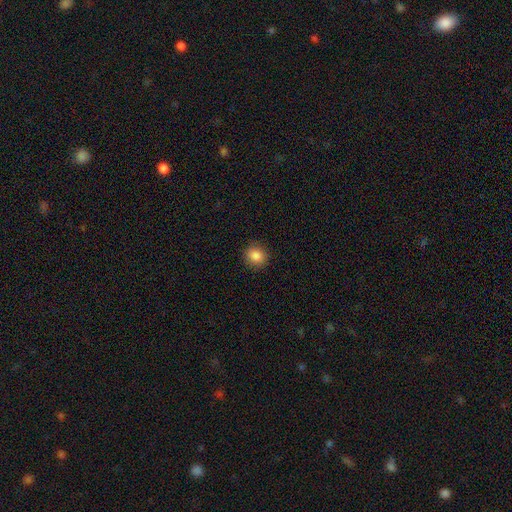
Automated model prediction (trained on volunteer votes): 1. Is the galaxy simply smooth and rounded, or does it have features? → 86% smooth, 10% star or artifact, 4% featured or disk.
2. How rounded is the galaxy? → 82% round, 17% in between, 1% cigar-shaped.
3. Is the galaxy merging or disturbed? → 89% none, 8% minor disturbance, 2% major disturbance, 1% merger.